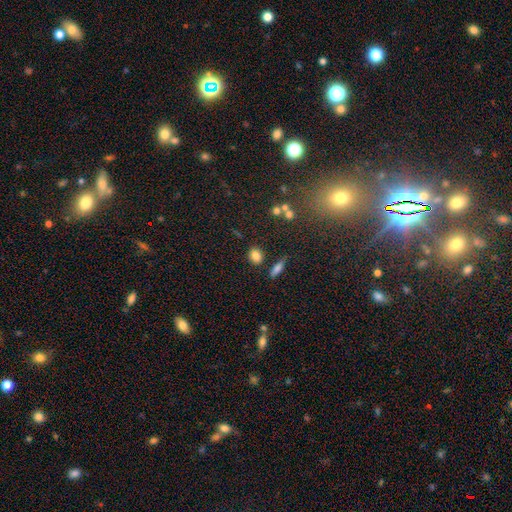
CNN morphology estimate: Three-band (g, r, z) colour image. It shows a smooth galaxy with no disk features (81%) that is in between round and cigar-shaped (56%). Merging: none (79%).